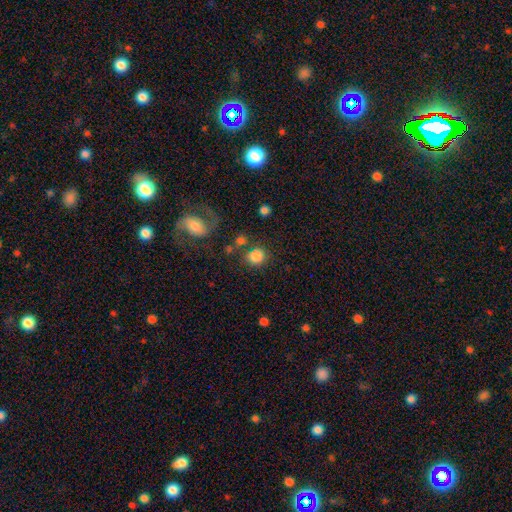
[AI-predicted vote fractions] smooth 82%, star or artifact 10%, featured or disk 8%. Down the decision tree: how rounded — round (86%); merging — none (70%).